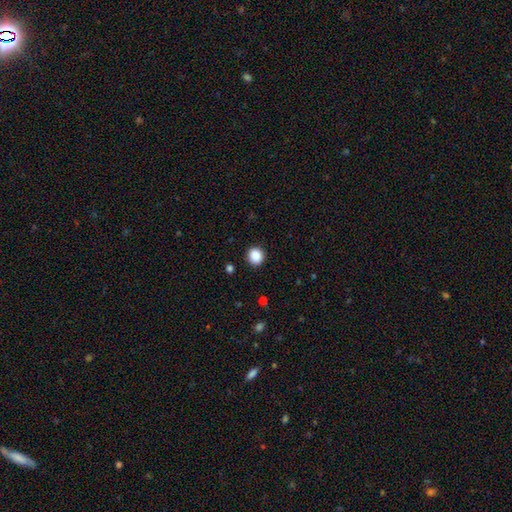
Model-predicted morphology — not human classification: Q: Smooth or featured?
A: smooth (87%); runner-up: star or artifact (10%)
Q: How rounded?
A: round (88%); runner-up: in between (11%)
Q: Merging?
A: none (91%); runner-up: minor disturbance (6%)